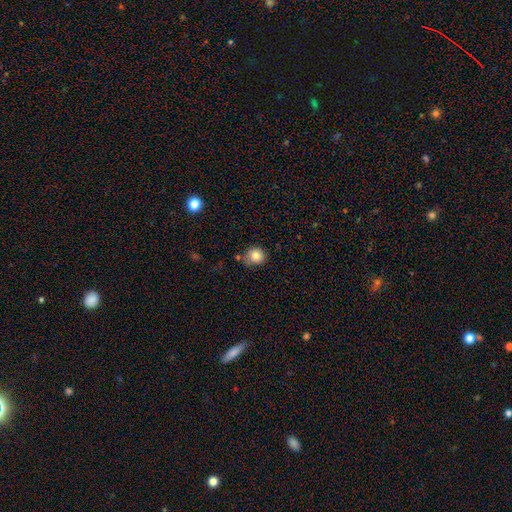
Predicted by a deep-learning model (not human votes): Smooth or featured?
  - smooth: 85% *
  - star or artifact: 10%
  - featured or disk: 6%
How rounded?
  - round: 85% *
  - in between: 14%
  - cigar-shaped: 1%
Merging?
  - none: 70% *
  - minor disturbance: 18%
  - merger: 8%
  - major disturbance: 4%